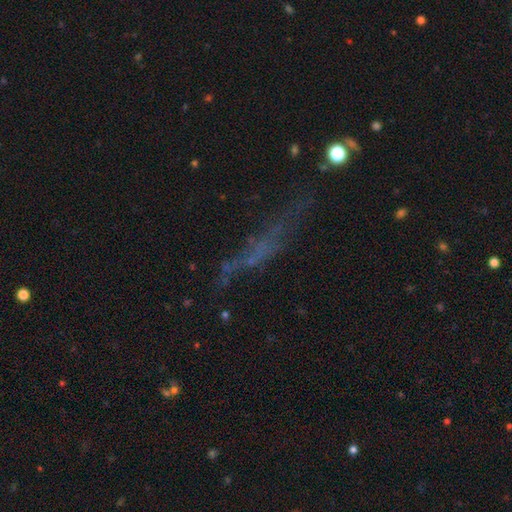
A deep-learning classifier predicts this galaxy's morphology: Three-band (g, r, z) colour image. It shows a featured or disk galaxy (40%). Merging: none (49%).